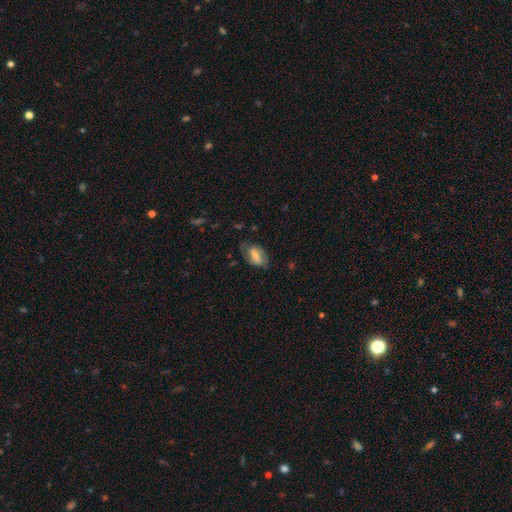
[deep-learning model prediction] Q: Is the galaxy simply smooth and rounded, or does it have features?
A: featured or disk — 55%.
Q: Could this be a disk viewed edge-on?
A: no — 93%.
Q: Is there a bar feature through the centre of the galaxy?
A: strong — 46%.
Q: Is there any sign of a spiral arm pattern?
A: yes — 74%.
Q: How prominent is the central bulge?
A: moderate — 44%.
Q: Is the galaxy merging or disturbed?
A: none — 65%.